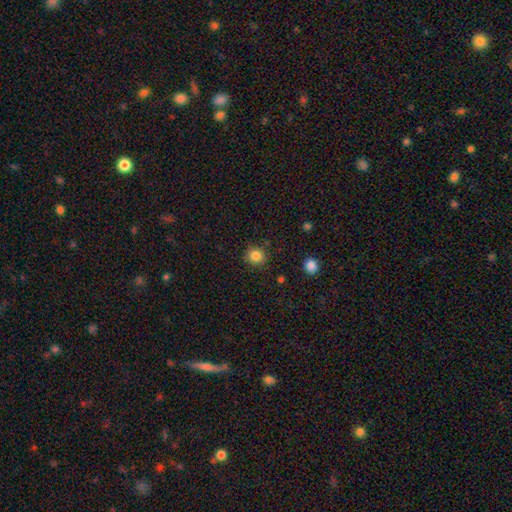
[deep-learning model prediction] Smooth or featured? smooth (85%)
How rounded? round (88%)
Merging? none (87%)